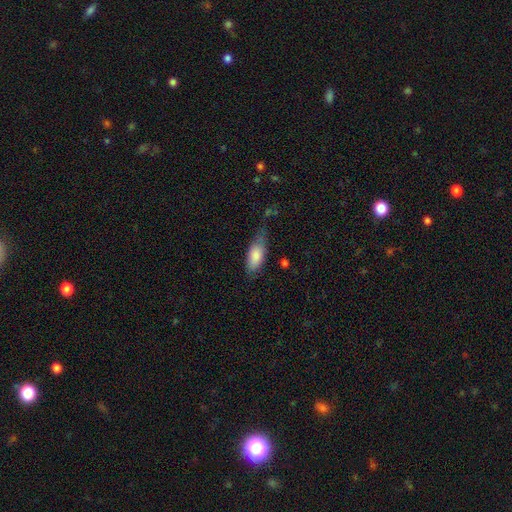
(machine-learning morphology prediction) Q: Smooth or featured?
A: smooth (83%); runner-up: featured or disk (11%)
Q: How rounded?
A: in between (79%); runner-up: cigar-shaped (19%)
Q: Merging?
A: none (48%); runner-up: minor disturbance (36%)